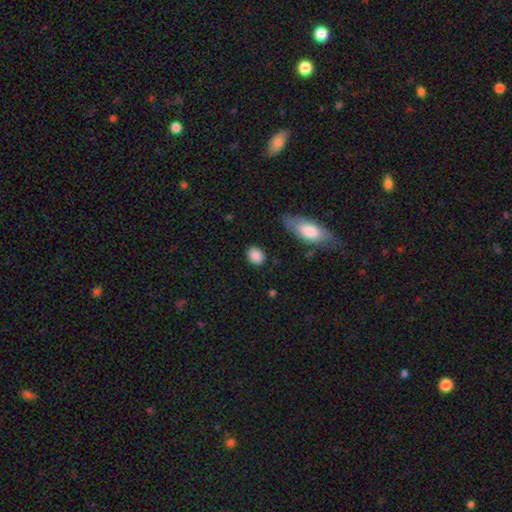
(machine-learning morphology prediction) Smooth or featured: smooth — 87% (star or artifact — 8%)
How rounded: round — 50% (in between — 48%)
Merging: none — 85% (minor disturbance — 11%)